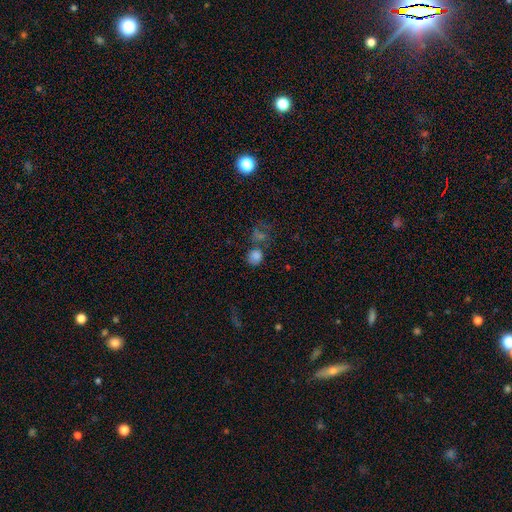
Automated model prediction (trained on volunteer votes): Smooth or featured? smooth (78%)
How rounded? round (79%)
Merging? none (55%)